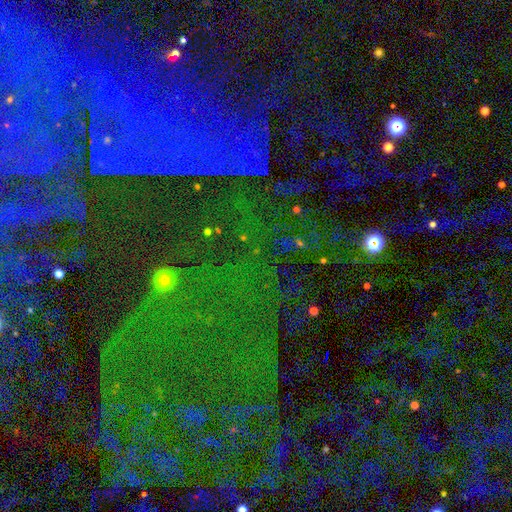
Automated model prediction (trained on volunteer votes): This is clearly a star or artifact rather than a galaxy (82%).